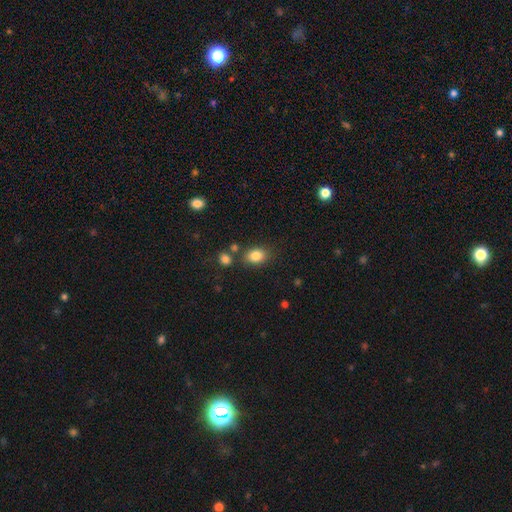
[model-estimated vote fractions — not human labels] Overall: smooth (84%). How rounded: in between (71%). Merging: none (74%).